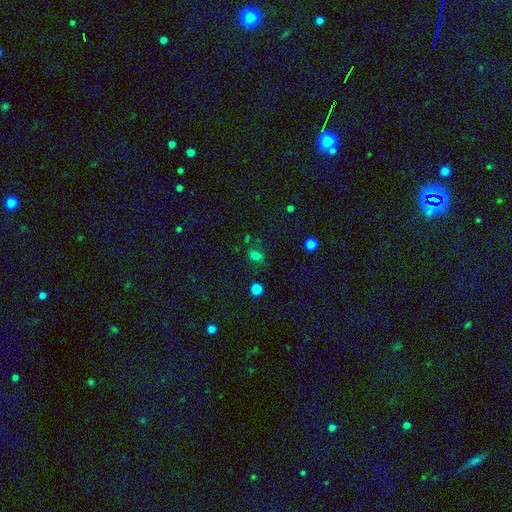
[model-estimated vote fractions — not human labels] Overall: smooth (77%). How rounded: in between (71%). Merging: none (73%).